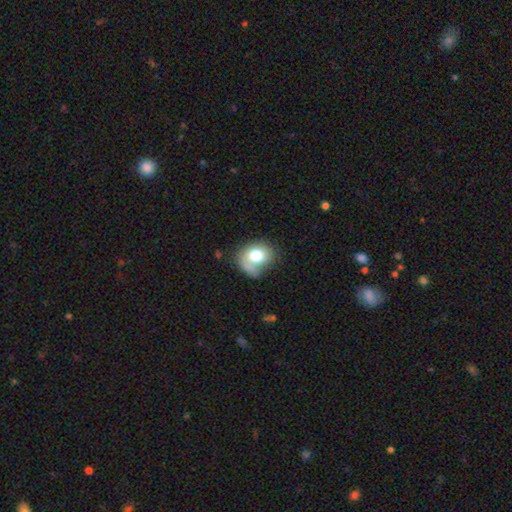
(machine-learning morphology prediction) Smooth or featured? smooth (73%)
How rounded? round (56%)
Merging? none (45%)